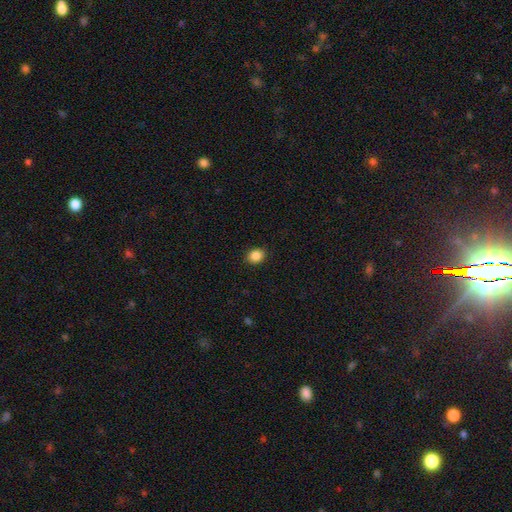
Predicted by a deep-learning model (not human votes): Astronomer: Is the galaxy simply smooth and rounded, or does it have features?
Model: smooth — 87%.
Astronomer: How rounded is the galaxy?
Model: round — 57% (runner-up: in between, 42%).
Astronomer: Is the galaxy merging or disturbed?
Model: none — 90%.